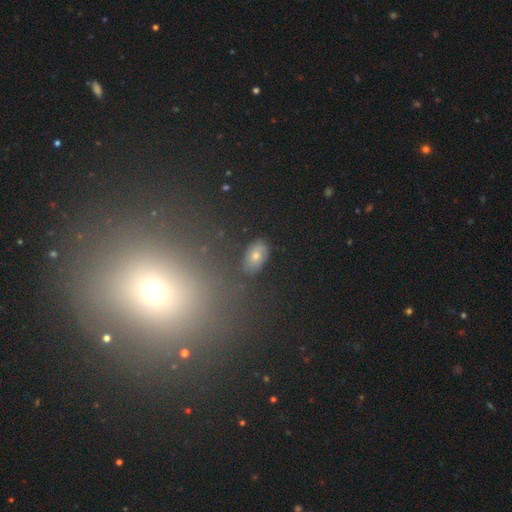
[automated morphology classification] A smooth galaxy with no disk features (59%) that is in between round and cigar-shaped (89%).

Vote fractions:
- Smooth or featured? smooth: 59% / featured or disk: 22% / star or artifact: 18%
- How rounded? in between: 89% / round: 9% / cigar-shaped: 2%
- Merging? none: 76% / minor disturbance: 15% / major disturbance: 6% / merger: 3%